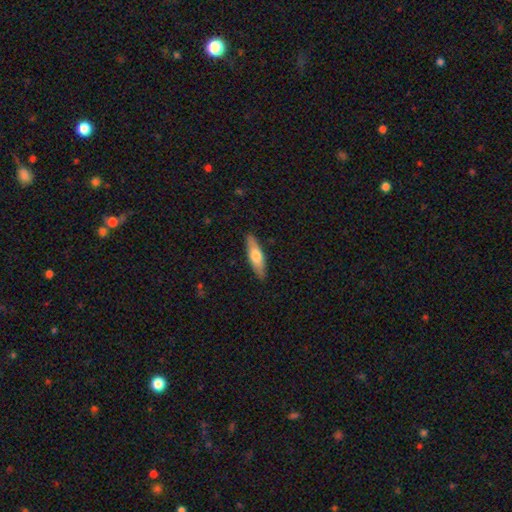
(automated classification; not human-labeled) Smooth or featured? smooth (59%)
How rounded? cigar-shaped (61%)
Merging? none (88%)